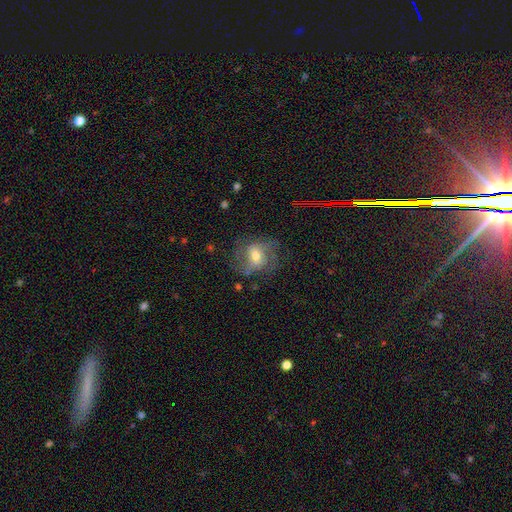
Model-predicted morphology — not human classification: smooth-or-featured: featured or disk: 65% | smooth: 25% | star or artifact: 11%
  disk-edge-on: no: 96% | yes: 4%
    bar: weak: 44% | no: 39% | strong: 17%
    has-spiral-arms: yes: 83% | no: 17%
      spiral-winding: medium: 47% | loose: 27% | tight: 26%
      spiral-arm-count: 2: 47% | can't tell: 28% | 3: 13% | 1: 5% | 4: 4% | more than 4: 3%
    bulge-size: moderate: 63% | small: 28% | large: 7% | none: 1% | dominant: 1%
  merging: none: 62% | minor disturbance: 20% | major disturbance: 16% | merger: 2%